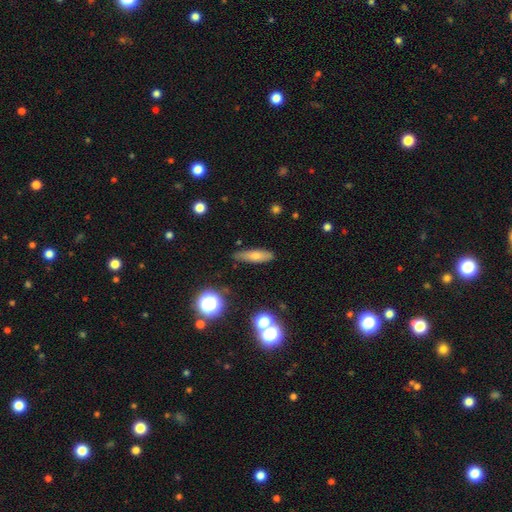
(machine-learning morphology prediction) Smooth or featured: smooth — 68% (featured or disk — 22%)
How rounded: cigar-shaped — 60% (in between — 37%)
Merging: none — 80% (minor disturbance — 15%)